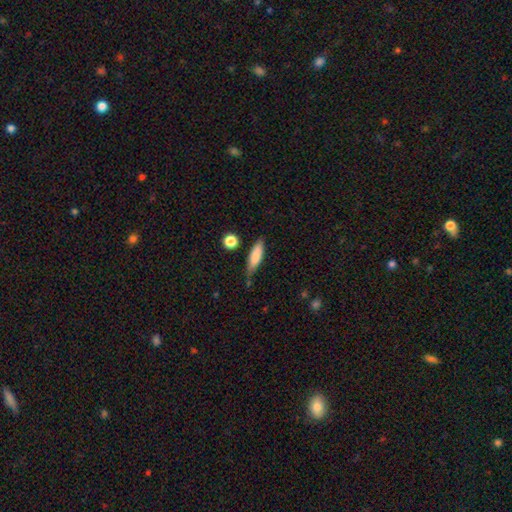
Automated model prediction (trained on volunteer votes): Q: Smooth or featured?
A: smooth (81%); runner-up: featured or disk (13%)
Q: How rounded?
A: cigar-shaped (56%); runner-up: in between (42%)
Q: Merging?
A: none (67%); runner-up: minor disturbance (23%)